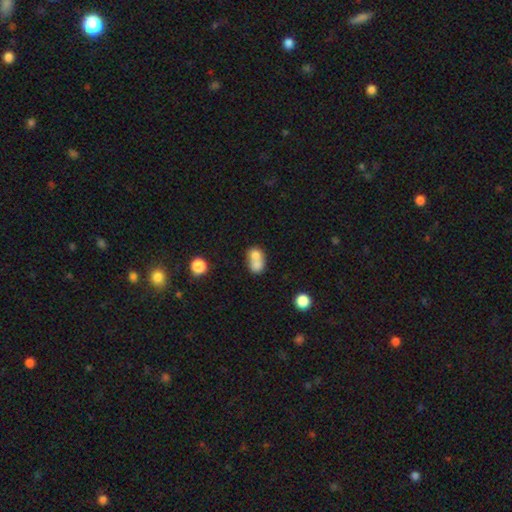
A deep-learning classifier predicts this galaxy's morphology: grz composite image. It shows a smooth galaxy with no disk features (73%) that is round (51%). Merging: merger (68%).